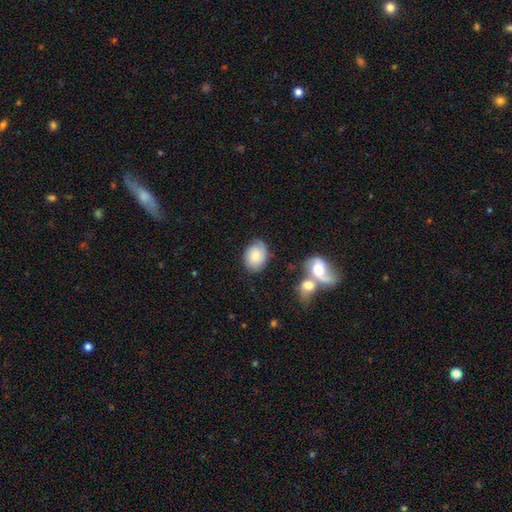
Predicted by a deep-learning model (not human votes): This appears to be a smooth galaxy with no disk features (70%) that is in between round and cigar-shaped (70%). Merging: none (71%).